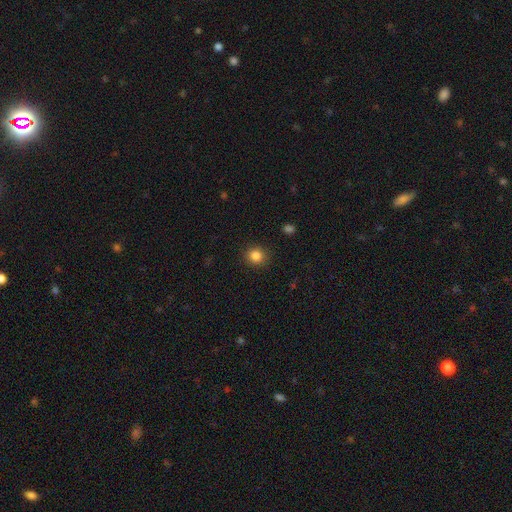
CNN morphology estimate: Smooth or featured? smooth (84%)
How rounded? round (87%)
Merging? none (90%)